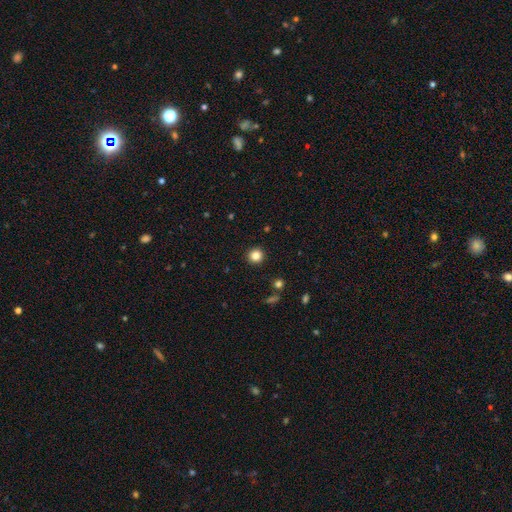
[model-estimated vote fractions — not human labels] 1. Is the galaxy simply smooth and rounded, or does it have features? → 84% smooth, 12% star or artifact, 5% featured or disk.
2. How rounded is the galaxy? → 95% round, 4% in between, 1% cigar-shaped.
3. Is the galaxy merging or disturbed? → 93% none, 5% minor disturbance, 2% major disturbance, 1% merger.